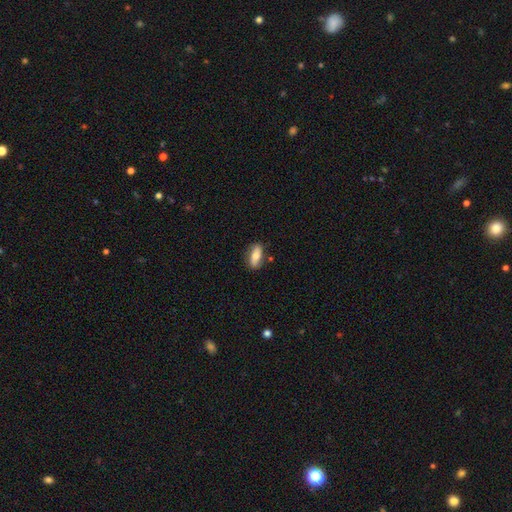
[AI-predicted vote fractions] smooth_or_featured: smooth (p=0.61) [alt: featured or disk p=0.32]
how_rounded: in between (p=0.80) [alt: cigar-shaped p=0.15]
merging: none (p=0.80) [alt: minor disturbance p=0.14]